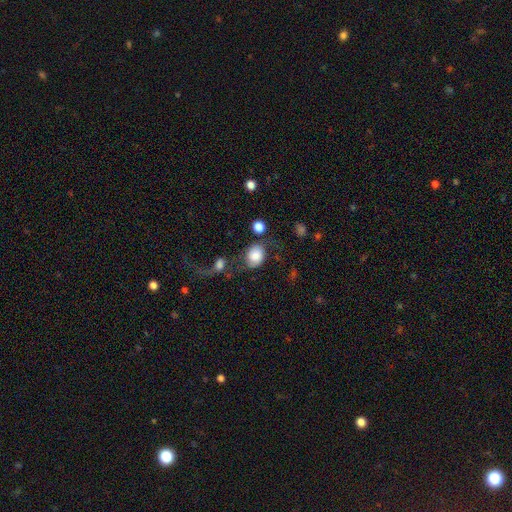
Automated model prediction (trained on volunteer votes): The model was most divided on "how rounded": round: 53%, in between: 46%, cigar-shaped: 1%. Remaining: smooth or featured — smooth (71%); merging — none (38%).